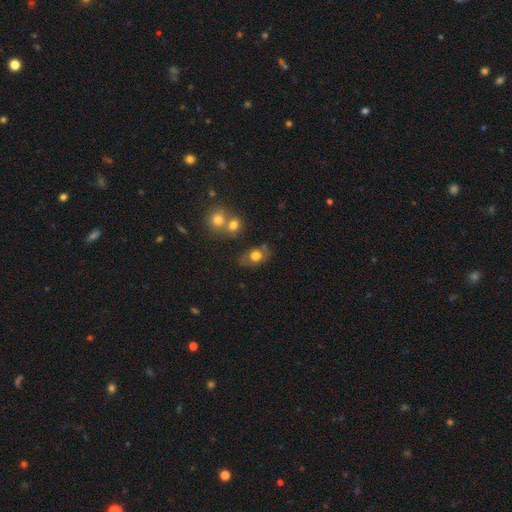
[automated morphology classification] The model was most divided on "how rounded": in between: 67%, round: 31%, cigar-shaped: 2%. More confident: smooth or featured — smooth (72%); merging — none (65%).